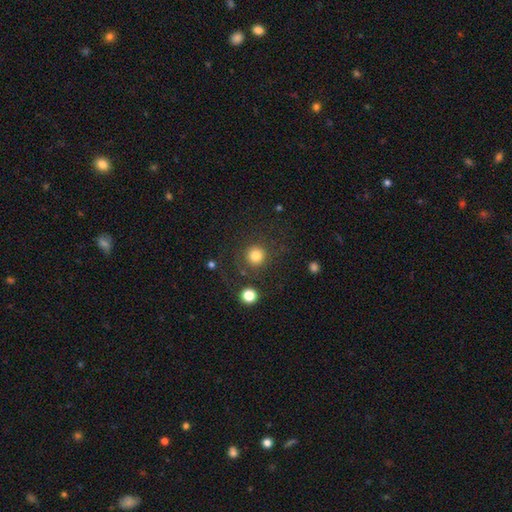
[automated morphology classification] smooth 82%, star or artifact 12%, featured or disk 6%. Down the decision tree: how rounded — round (93%); merging — none (81%).